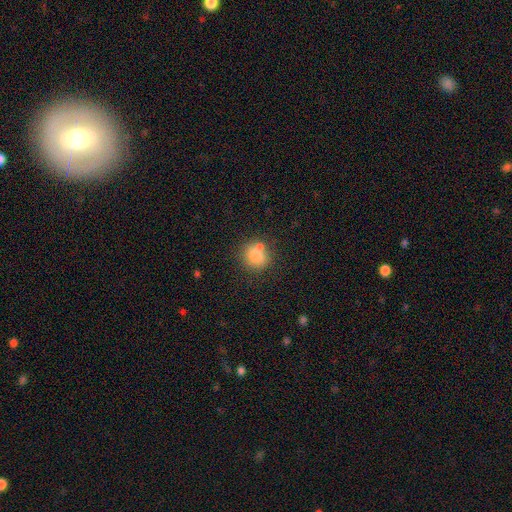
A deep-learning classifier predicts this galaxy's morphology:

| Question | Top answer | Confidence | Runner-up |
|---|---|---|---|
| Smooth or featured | smooth | 81% | star or artifact (10%) |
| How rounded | round | 83% | in between (16%) |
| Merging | none | 63% | merger (20%) |